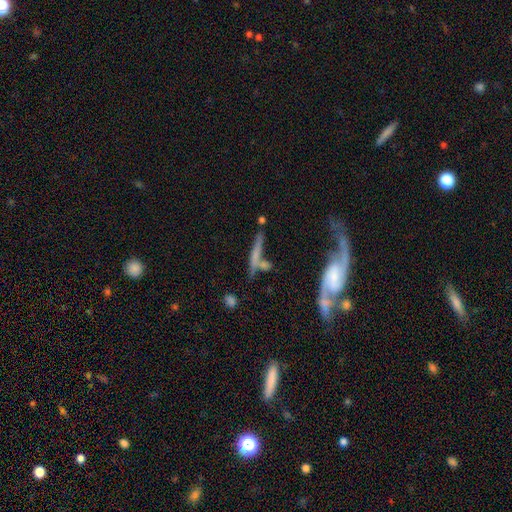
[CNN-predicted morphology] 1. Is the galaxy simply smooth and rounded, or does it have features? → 55% featured or disk, 36% smooth, 9% star or artifact.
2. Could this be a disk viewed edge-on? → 64% yes, 36% no.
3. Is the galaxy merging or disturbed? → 51% none, 23% merger, 16% minor disturbance, 10% major disturbance.